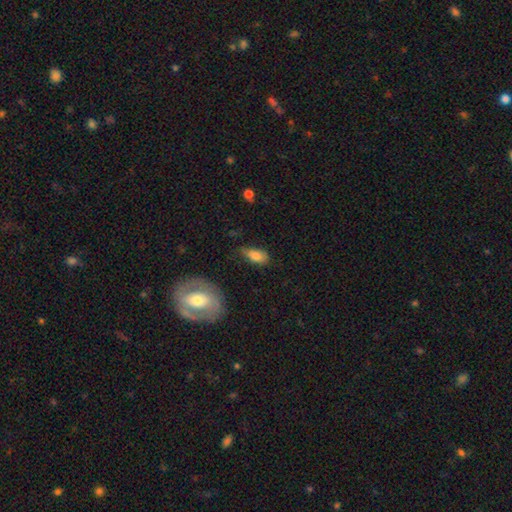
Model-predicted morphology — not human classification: The model was most divided on "merging": none: 52%, minor disturbance: 34%, major disturbance: 11%, merger: 3%. More confident: how rounded — in between (88%); smooth or featured — smooth (79%).